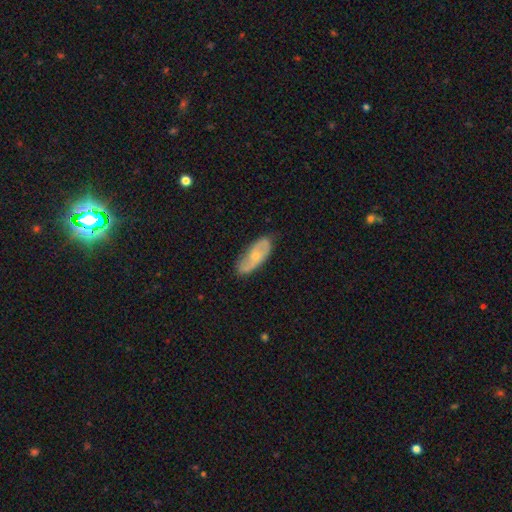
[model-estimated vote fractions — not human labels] Smooth or featured: featured or disk — 55% (smooth — 39%)
Edge-on disk: no — 87% (yes — 13%)
Merging: none — 73% (minor disturbance — 21%)